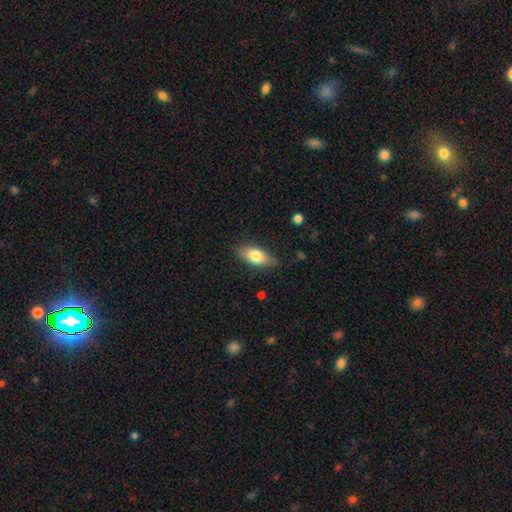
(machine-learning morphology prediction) A smooth galaxy with no disk features (75%) that is in between round and cigar-shaped (83%). Merging: none (81%).